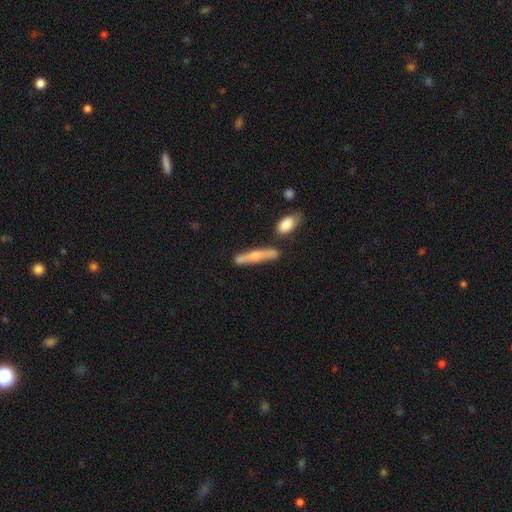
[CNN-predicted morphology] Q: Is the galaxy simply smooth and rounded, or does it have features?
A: featured or disk — 48%.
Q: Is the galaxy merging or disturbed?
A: none — 70%.